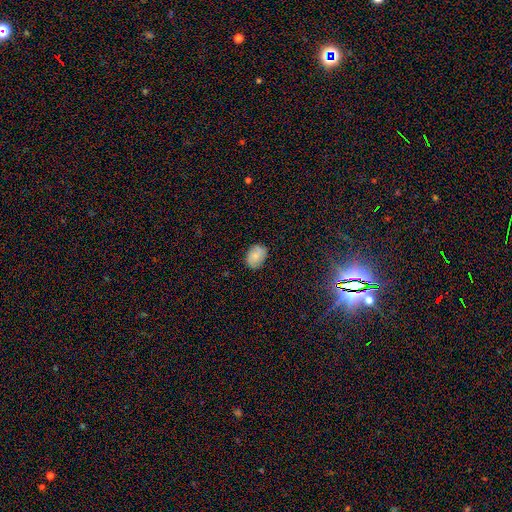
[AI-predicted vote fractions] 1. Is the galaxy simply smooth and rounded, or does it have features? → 71% smooth, 21% featured or disk, 8% star or artifact.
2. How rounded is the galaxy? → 68% in between, 30% round, 1% cigar-shaped.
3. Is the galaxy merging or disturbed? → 81% none, 15% minor disturbance, 3% major disturbance, 1% merger.